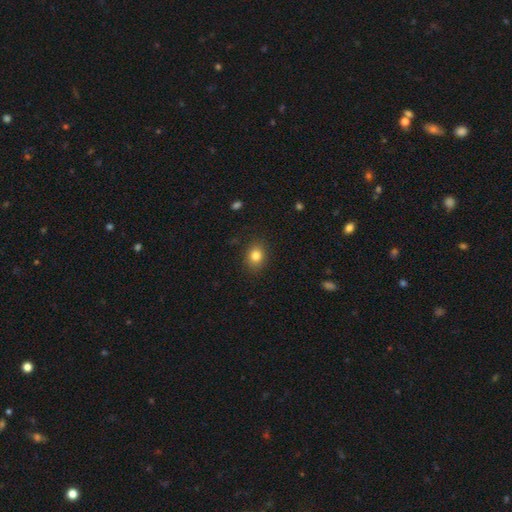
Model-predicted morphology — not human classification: Smooth or featured? Predicted: smooth (p=0.82). How rounded? Predicted: in between (p=0.52). Merging? Predicted: none (p=0.87).